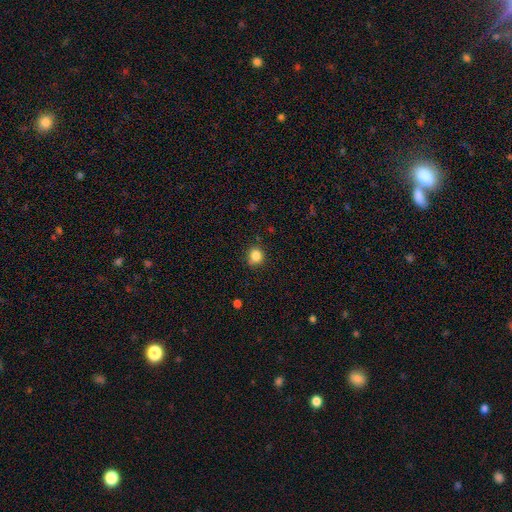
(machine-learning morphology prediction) Smooth or featured?
  - smooth: 85% *
  - star or artifact: 11%
  - featured or disk: 5%
How rounded?
  - round: 86% *
  - in between: 13%
  - cigar-shaped: 1%
Merging?
  - none: 86% *
  - minor disturbance: 10%
  - major disturbance: 2%
  - merger: 1%